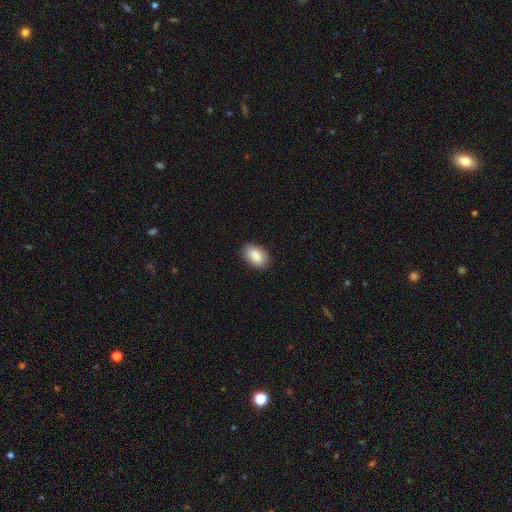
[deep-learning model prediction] This is clearly a smooth galaxy (90%). How rounded: clearly in between (92%). Merging: clearly none (88%).